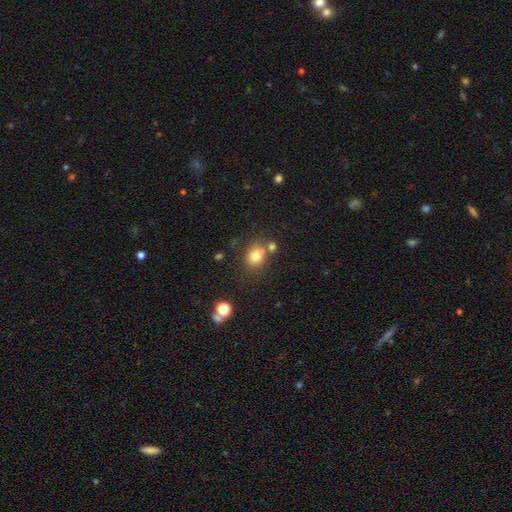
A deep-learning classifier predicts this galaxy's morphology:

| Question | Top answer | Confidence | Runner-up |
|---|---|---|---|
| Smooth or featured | smooth | 77% | star or artifact (13%) |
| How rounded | round | 66% | in between (34%) |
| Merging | none | 66% | merger (19%) |